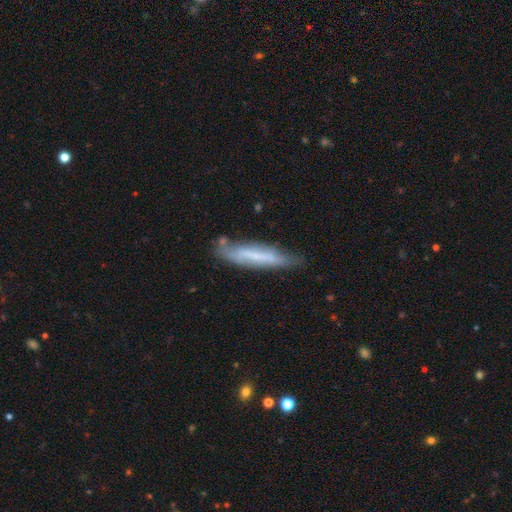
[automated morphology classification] The model was most divided on "smooth or featured": featured or disk: 48%, smooth: 45%, star or artifact: 7%. More confident: merging — none (62%).